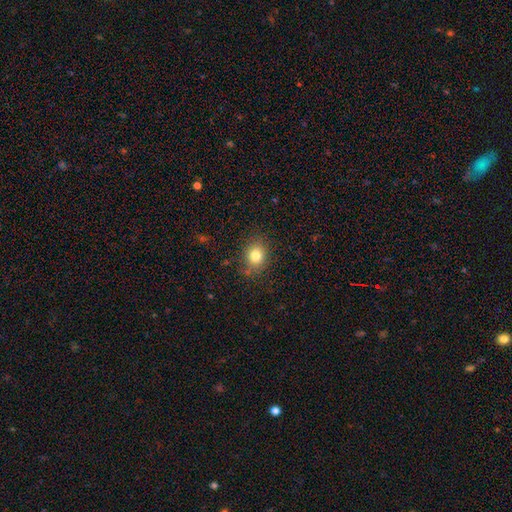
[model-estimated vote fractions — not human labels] Q: Smooth or featured?
A: smooth (80%); runner-up: star or artifact (12%)
Q: How rounded?
A: round (63%); runner-up: in between (36%)
Q: Merging?
A: none (81%); runner-up: minor disturbance (14%)